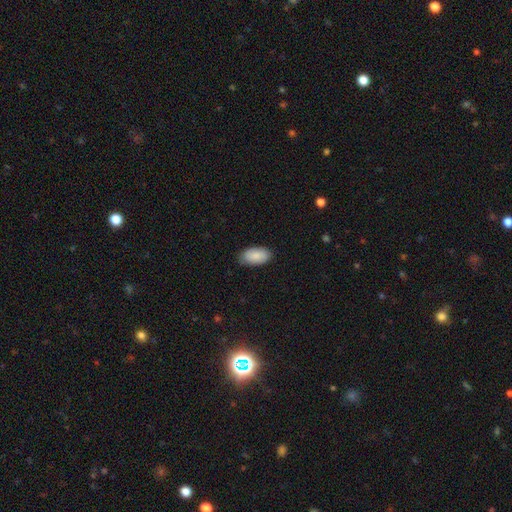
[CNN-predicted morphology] smooth_or_featured: smooth (p=0.86) [alt: featured or disk p=0.09]
how_rounded: in between (p=0.95) [alt: round p=0.03]
merging: none (p=0.82) [alt: minor disturbance p=0.15]